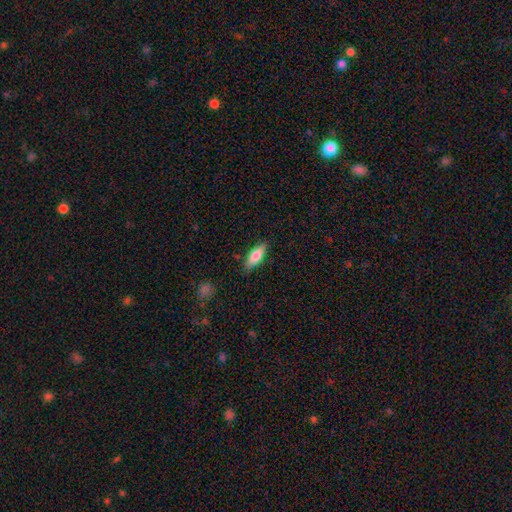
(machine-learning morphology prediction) Overall: smooth (70%). How rounded: in between (63%; cigar-shaped 35%). Merging: none (83%).